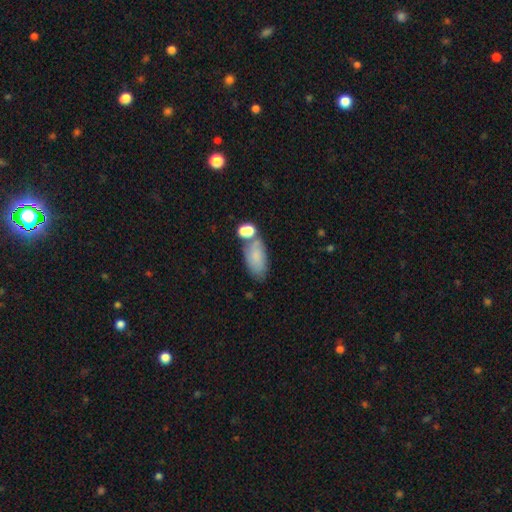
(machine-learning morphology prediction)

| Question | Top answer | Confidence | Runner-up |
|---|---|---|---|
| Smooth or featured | smooth | 75% | featured or disk (17%) |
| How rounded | in between | 90% | cigar-shaped (6%) |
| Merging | none | 46% | merger (28%) |